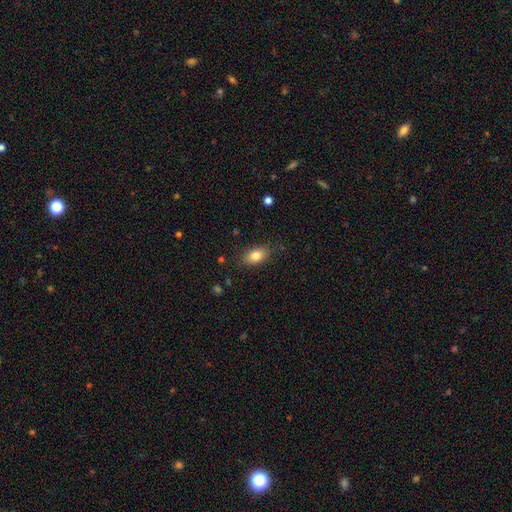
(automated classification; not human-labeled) A smooth galaxy with no disk features (83%) that is in between round and cigar-shaped (86%). Merging: none (83%).